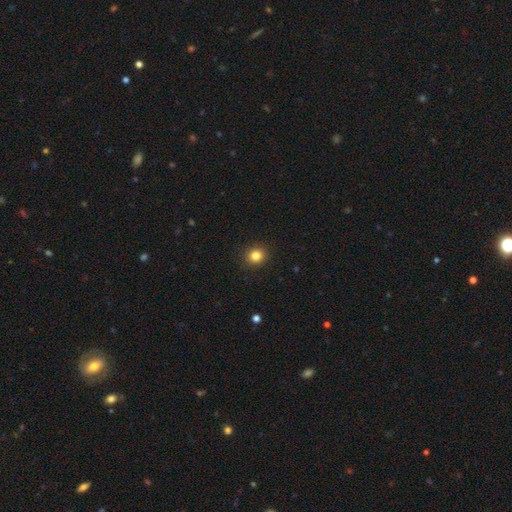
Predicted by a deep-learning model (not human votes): This is clearly a smooth galaxy (83%). How rounded: clearly round (85%). Merging: clearly none (91%).